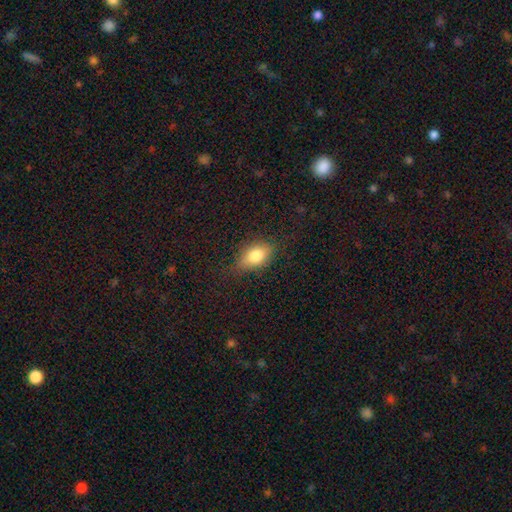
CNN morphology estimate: This is likely a smooth galaxy (77%). How rounded: clearly in between (84%). Merging: likely none (78%).